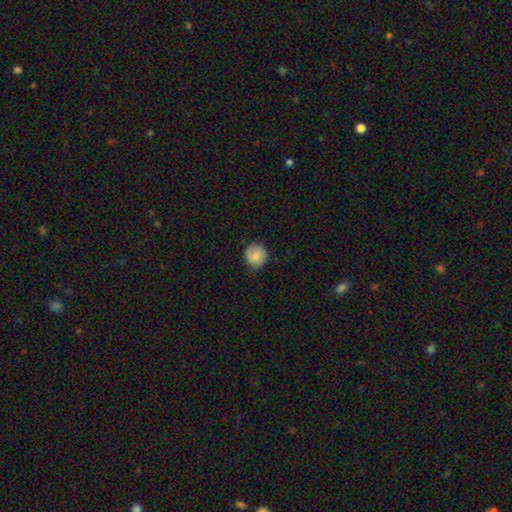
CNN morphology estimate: Smooth or featured: smooth — 82% (featured or disk — 11%)
How rounded: round — 89% (in between — 10%)
Merging: none — 81% (minor disturbance — 15%)